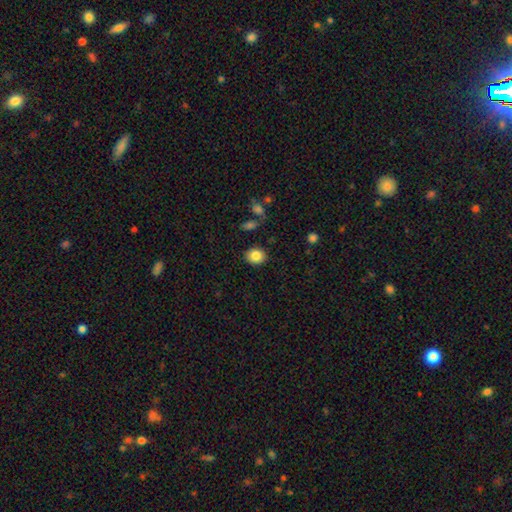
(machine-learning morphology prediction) Smooth or featured? Predicted: smooth (p=0.85). How rounded? Predicted: round (p=0.65). Merging? Predicted: none (p=0.88).